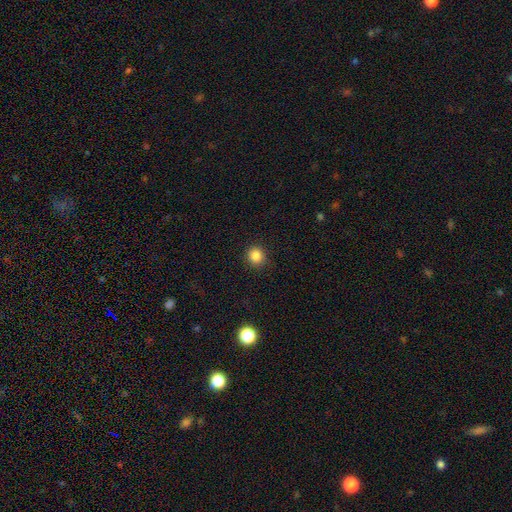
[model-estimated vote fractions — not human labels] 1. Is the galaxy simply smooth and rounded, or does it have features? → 86% smooth, 11% star or artifact, 4% featured or disk.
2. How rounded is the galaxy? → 89% round, 10% in between, 1% cigar-shaped.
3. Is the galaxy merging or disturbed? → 89% none, 7% minor disturbance, 2% major disturbance, 1% merger.